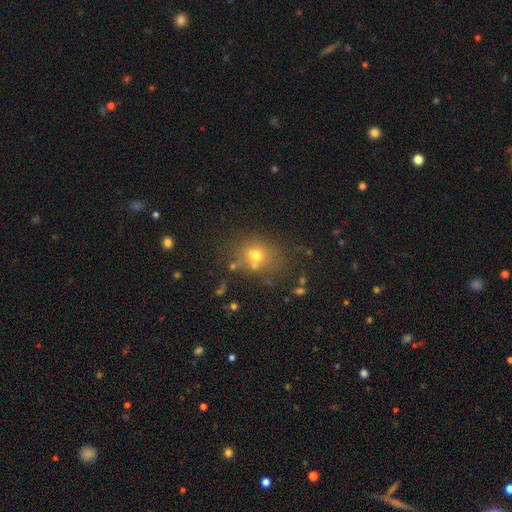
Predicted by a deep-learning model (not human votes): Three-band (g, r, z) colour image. It shows a smooth galaxy with no disk features (64%) that is round (61%). Merging: none (62%).